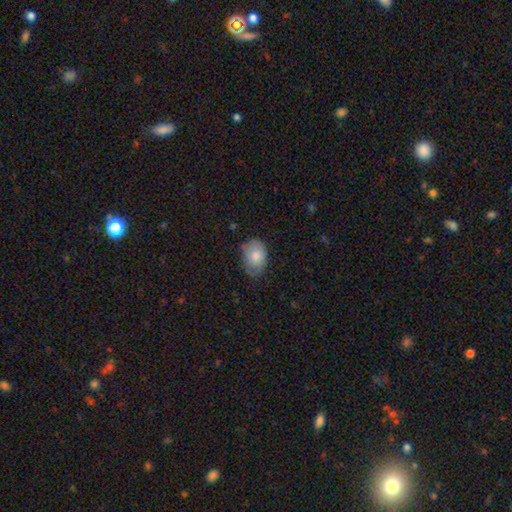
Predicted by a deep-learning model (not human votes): Smooth or featured: smooth — 80% (featured or disk — 13%)
How rounded: in between — 80% (round — 19%)
Merging: none — 62% (minor disturbance — 31%)